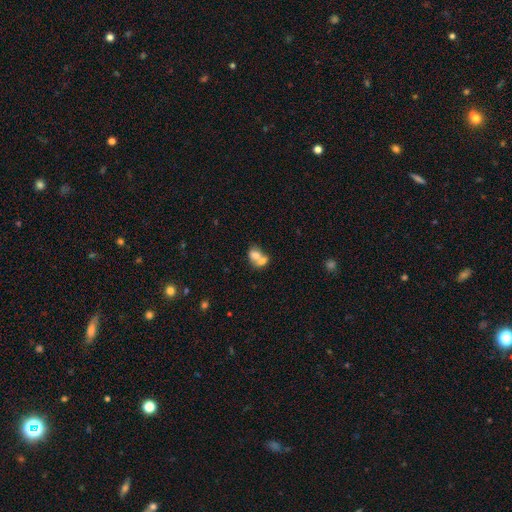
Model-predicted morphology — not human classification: A smooth galaxy with no disk features (69%) that is in between round and cigar-shaped (67%).

Vote fractions:
- Smooth or featured? smooth: 69% / featured or disk: 21% / star or artifact: 9%
- How rounded? in between: 67% / round: 32% / cigar-shaped: 1%
- Merging? merger: 70% / none: 19% / minor disturbance: 7% / major disturbance: 4%